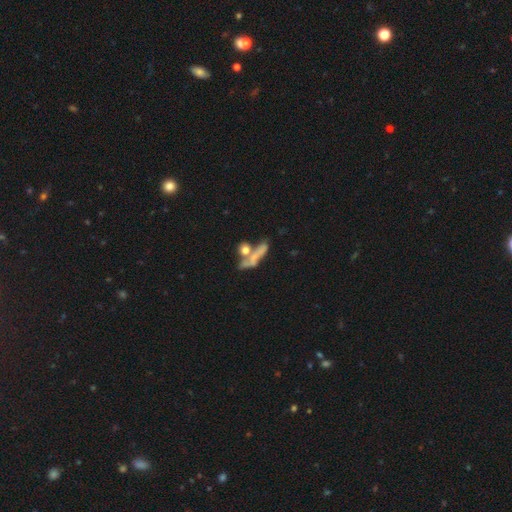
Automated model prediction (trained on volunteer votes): smooth_or_featured: smooth (p=0.54) [alt: featured or disk p=0.33]
how_rounded: cigar-shaped (p=0.52) [alt: in between p=0.31]
merging: merger (p=0.39) [alt: none p=0.35]